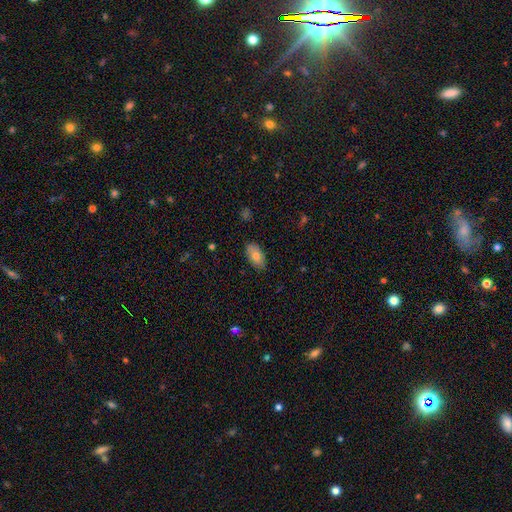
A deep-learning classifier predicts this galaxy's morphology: type=smooth (79%); roundness=in between (94%); merging=none (86%).